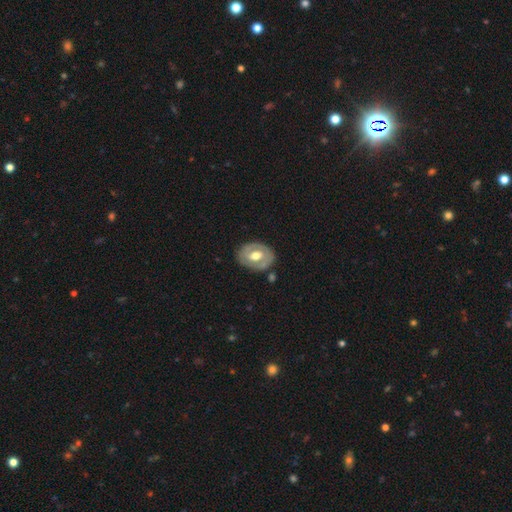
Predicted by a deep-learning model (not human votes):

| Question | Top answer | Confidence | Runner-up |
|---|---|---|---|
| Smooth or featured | featured or disk | 58% | smooth (37%) |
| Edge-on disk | no | 93% | yes (7%) |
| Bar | no | 56% | weak (31%) |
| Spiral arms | no | 72% | yes (28%) |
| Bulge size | moderate | 63% | large (29%) |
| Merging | none | 76% | minor disturbance (16%) |